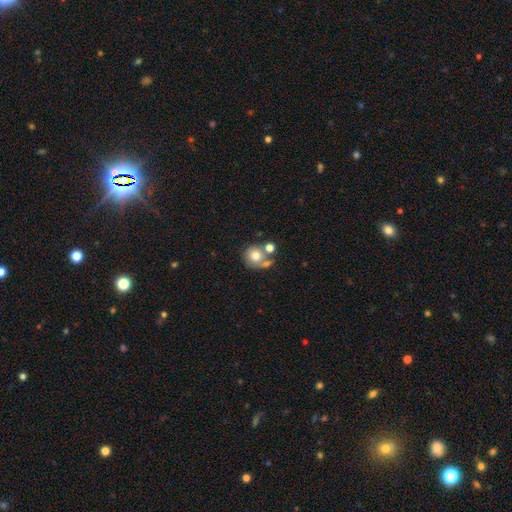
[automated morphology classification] A smooth galaxy with no disk features (72%) that is round (83%). Merging: none (43%).